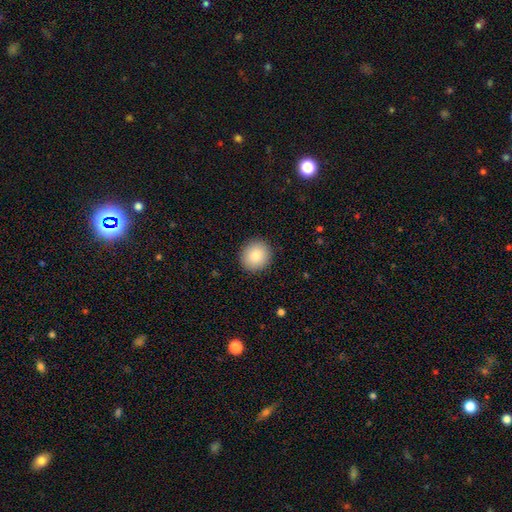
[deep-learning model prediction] Morphology: type=smooth (84%); roundness=round (89%); merging=none (91%).